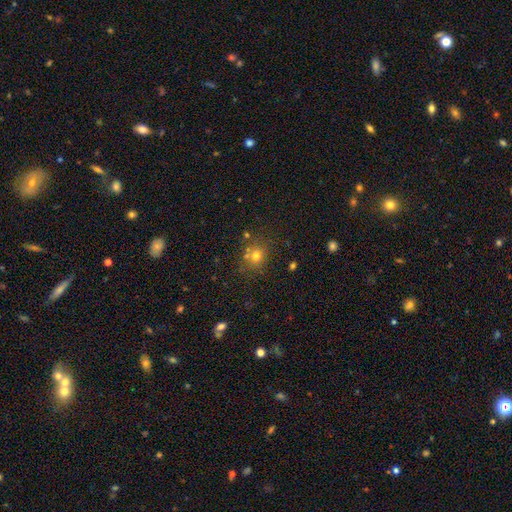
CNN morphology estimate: Smooth or featured: smooth — 71% (star or artifact — 18%)
How rounded: round — 78% (in between — 21%)
Merging: none — 69% (merger — 13%)